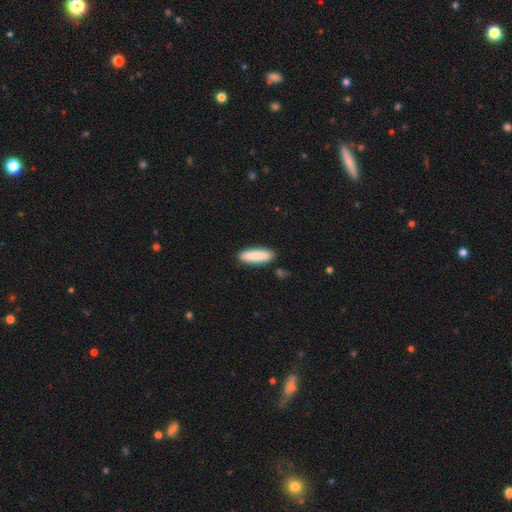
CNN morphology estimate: Smooth or featured? smooth (88%)
How rounded? cigar-shaped (58%)
Merging? none (87%)